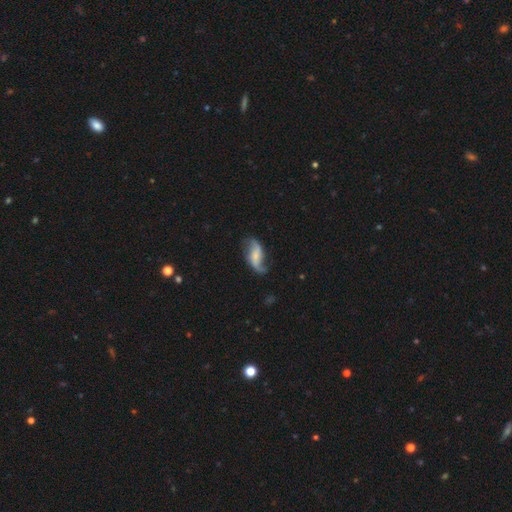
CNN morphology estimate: This is likely a featured or disk galaxy (77%). It is clearly not viewed edge-on (95%). Bar: marginally no (40%). Spiral arm pattern: clearly yes (93%). Spiral arm count: clearly 2 (87%). Spiral winding: clearly loose (81%). Central bulge: possibly small (53%). Merging: likely none (63%).